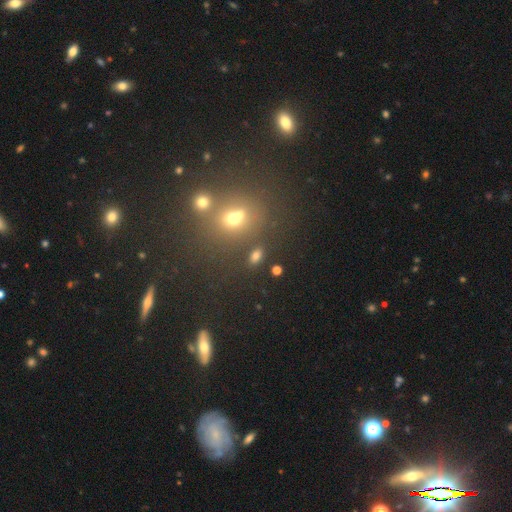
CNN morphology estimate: A smooth galaxy with no disk features (70%) that is in between round and cigar-shaped (77%).

Vote fractions:
- Smooth or featured? smooth: 70% / star or artifact: 20% / featured or disk: 10%
- How rounded? in between: 77% / round: 18% / cigar-shaped: 5%
- Merging? none: 75% / merger: 11% / minor disturbance: 10% / major disturbance: 5%